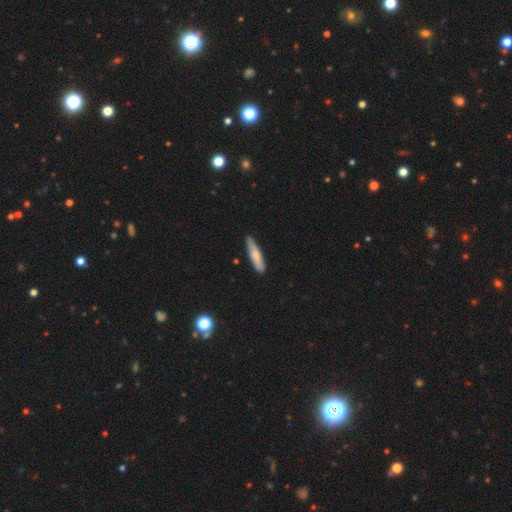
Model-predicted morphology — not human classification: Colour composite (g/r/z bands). It shows a smooth galaxy with no disk features (73%) that is cigar-shaped (81%). Merging: none (84%).